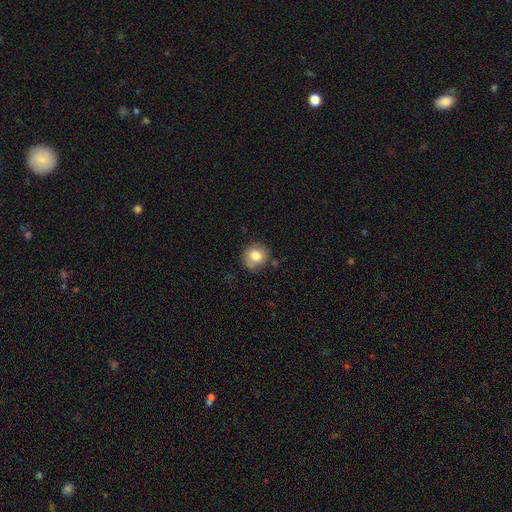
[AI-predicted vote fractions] smooth 80%, featured or disk 11%, star or artifact 9%. Down the decision tree: how rounded — round (87%); merging — none (77%).